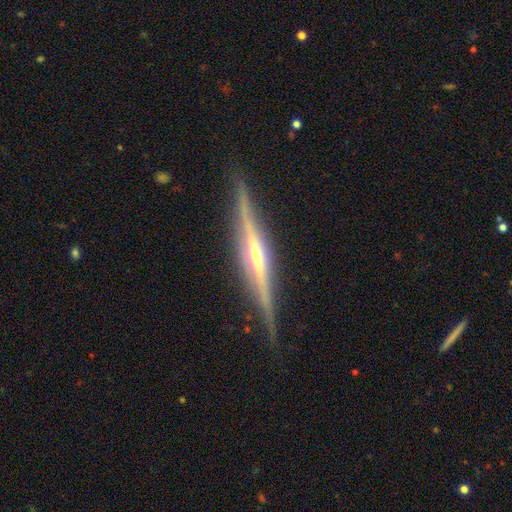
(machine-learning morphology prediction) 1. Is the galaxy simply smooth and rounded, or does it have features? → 87% featured or disk, 8% smooth, 5% star or artifact.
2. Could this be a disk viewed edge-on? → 98% yes, 2% no.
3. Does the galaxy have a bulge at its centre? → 72% rounded, 17% none, 11% boxy.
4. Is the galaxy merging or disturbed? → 89% none, 8% minor disturbance, 2% major disturbance, 1% merger.